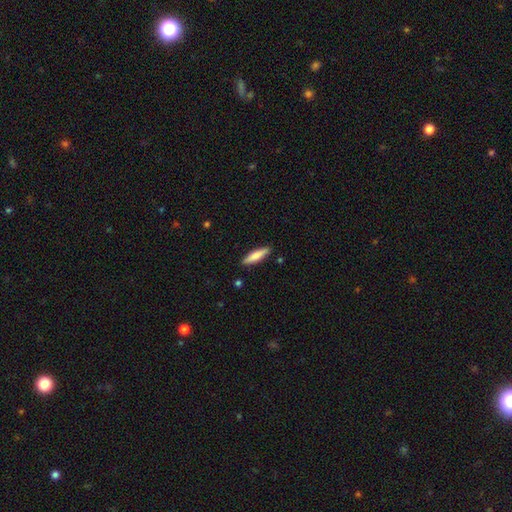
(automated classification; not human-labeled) This is likely a smooth galaxy (71%). How rounded: likely cigar-shaped (75%). Merging: clearly none (89%).